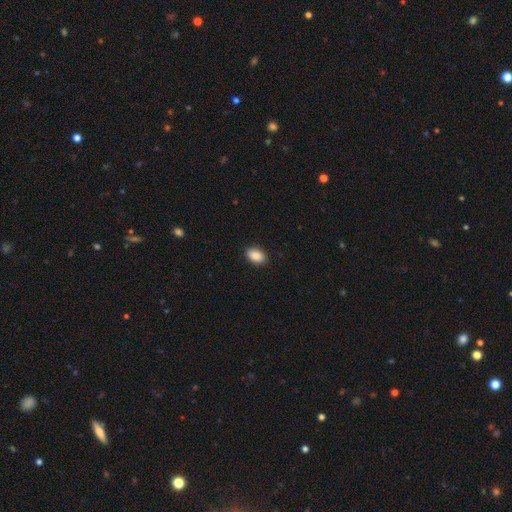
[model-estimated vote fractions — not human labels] Q: Smooth or featured?
A: smooth (89%); runner-up: star or artifact (7%)
Q: How rounded?
A: in between (90%); runner-up: round (9%)
Q: Merging?
A: none (90%); runner-up: minor disturbance (7%)